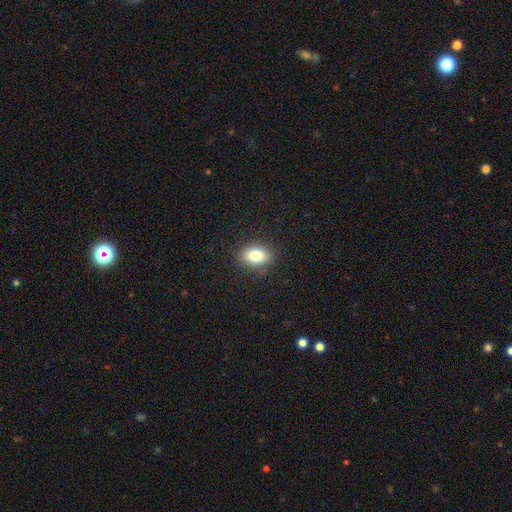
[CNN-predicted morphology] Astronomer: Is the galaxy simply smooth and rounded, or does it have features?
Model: smooth — 81%.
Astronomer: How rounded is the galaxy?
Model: in between — 79%.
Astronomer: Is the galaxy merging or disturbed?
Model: none — 87%.